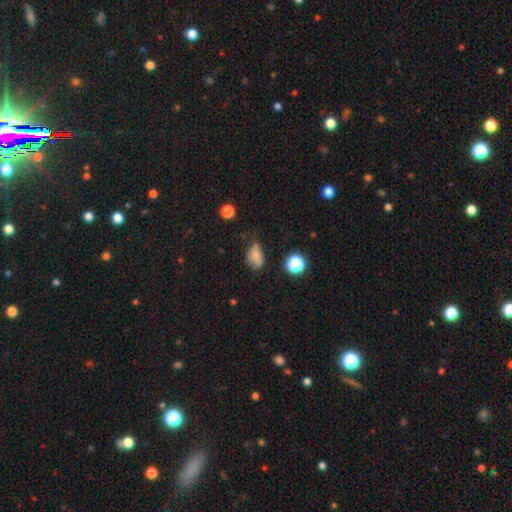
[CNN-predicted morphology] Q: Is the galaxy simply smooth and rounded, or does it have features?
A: smooth — 73%.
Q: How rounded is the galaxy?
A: in between — 72%.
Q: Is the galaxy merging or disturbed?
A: none — 45%.